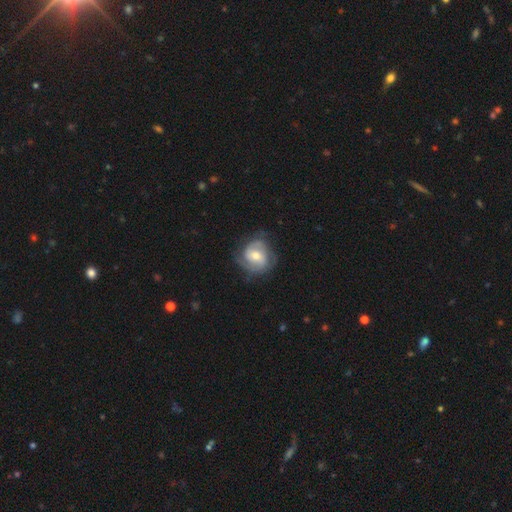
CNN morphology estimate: Q: Smooth or featured?
A: featured or disk (72%); runner-up: smooth (23%)
Q: Edge-on disk?
A: no (97%); runner-up: yes (3%)
Q: Bar?
A: no (50%); runner-up: weak (39%)
Q: Spiral arms?
A: yes (89%); runner-up: no (11%)
Q: Spiral winding?
A: tight (45%); runner-up: medium (39%)
Q: Spiral arm count?
A: 2 (56%); runner-up: can't tell (19%)
Q: Bulge size?
A: moderate (65%); runner-up: small (29%)
Q: Merging?
A: none (67%); runner-up: minor disturbance (22%)